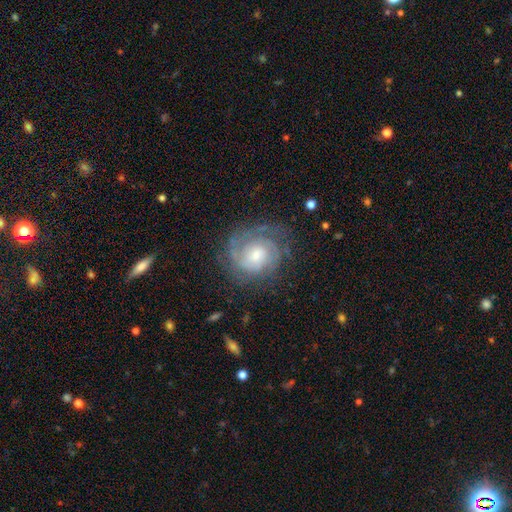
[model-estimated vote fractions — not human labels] Overall: featured or disk (76%). Edge-on disk: no (98%). Bar: no (62%; weak 33%). Spiral arms: yes (91%). Spiral arm count: can't tell (39%; 2 28%). Spiral winding: tight (63%; medium 29%). Bulge size: small (44%; moderate 43%). Merging: none (70%).